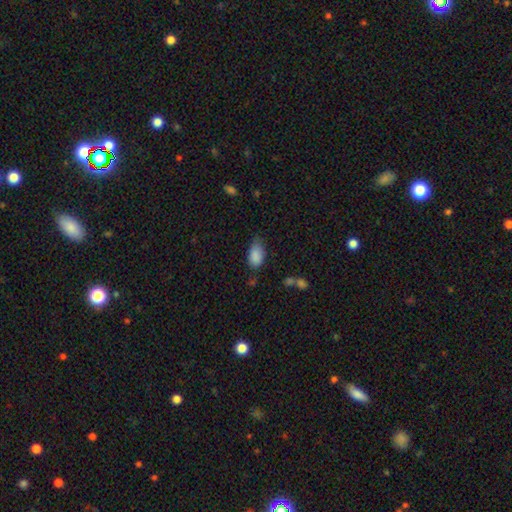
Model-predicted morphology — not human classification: This appears to be a smooth galaxy with no disk features (87%) that is in between round and cigar-shaped (92%). Merging: none (51%).